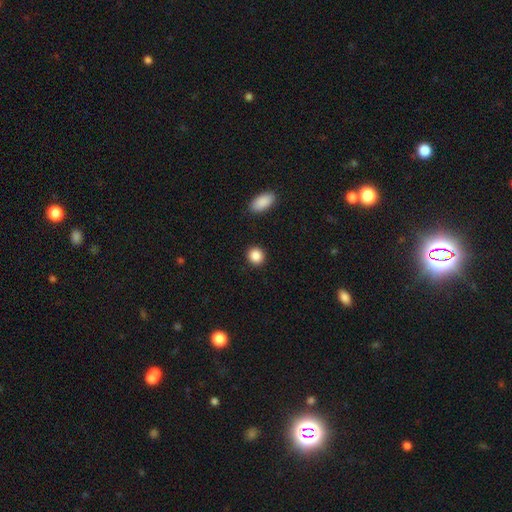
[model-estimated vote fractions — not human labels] A smooth galaxy with no disk features (88%) that is round (82%). Merging: none (90%).